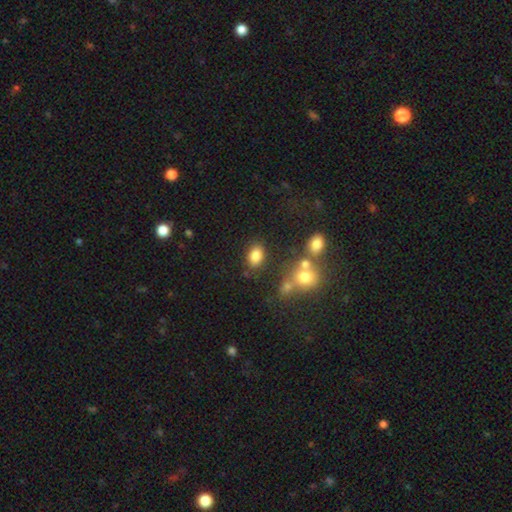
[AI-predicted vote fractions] A smooth galaxy with no disk features (83%) that is in between round and cigar-shaped (79%).

Vote fractions:
- Smooth or featured? smooth: 83% / star or artifact: 10% / featured or disk: 7%
- How rounded? in between: 79% / round: 20% / cigar-shaped: 1%
- Merging? none: 77% / minor disturbance: 12% / merger: 7% / major disturbance: 4%